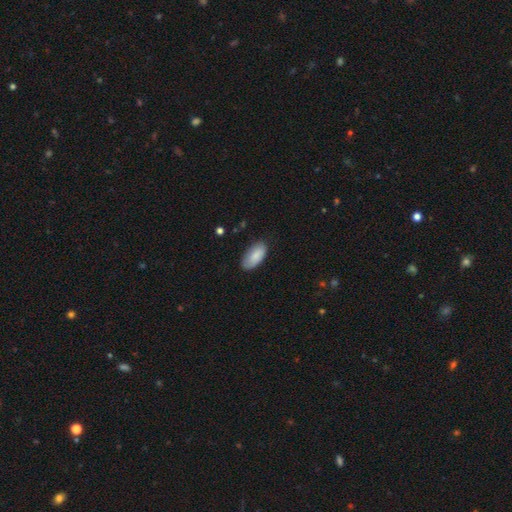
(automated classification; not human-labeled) Smooth or featured? smooth (84%)
How rounded? in between (94%)
Merging? none (76%)